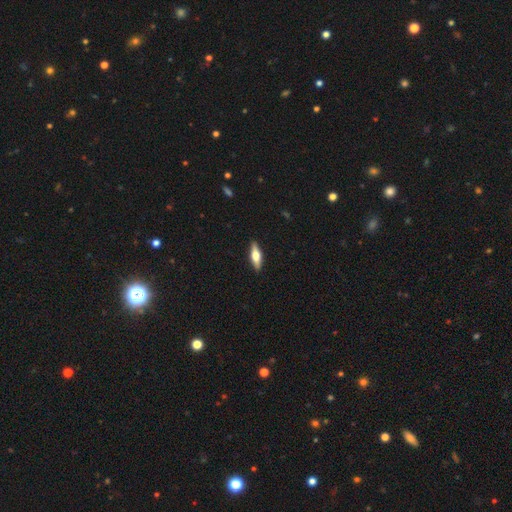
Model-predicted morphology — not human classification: Smooth or featured? smooth (47%)
Merging? none (90%)